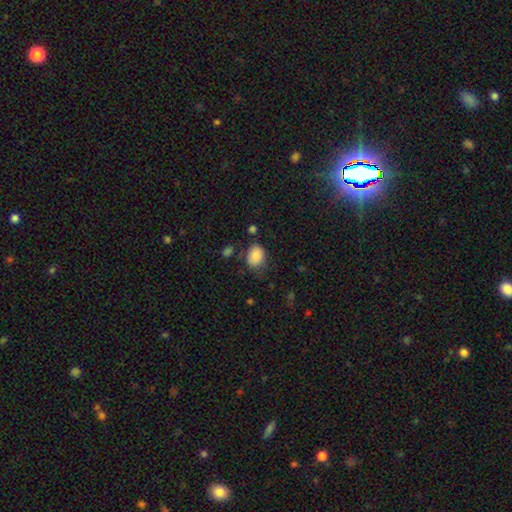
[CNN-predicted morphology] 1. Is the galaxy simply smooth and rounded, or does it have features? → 86% smooth, 9% star or artifact, 6% featured or disk.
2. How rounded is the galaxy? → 60% in between, 39% round, 1% cigar-shaped.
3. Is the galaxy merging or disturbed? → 65% none, 23% minor disturbance, 7% major disturbance, 5% merger.